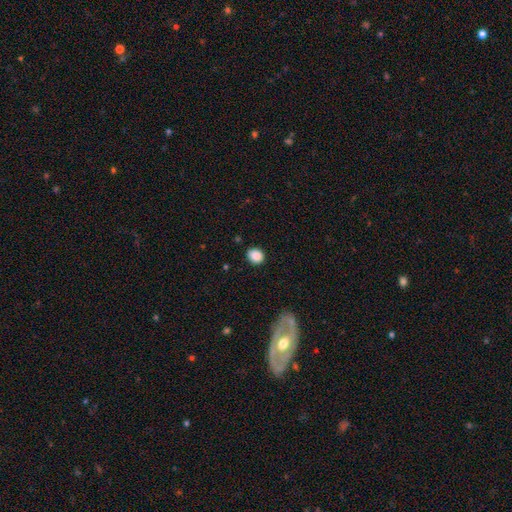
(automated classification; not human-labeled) Smooth or featured: smooth — 88% (star or artifact — 9%)
How rounded: round — 66% (in between — 33%)
Merging: none — 87% (minor disturbance — 9%)